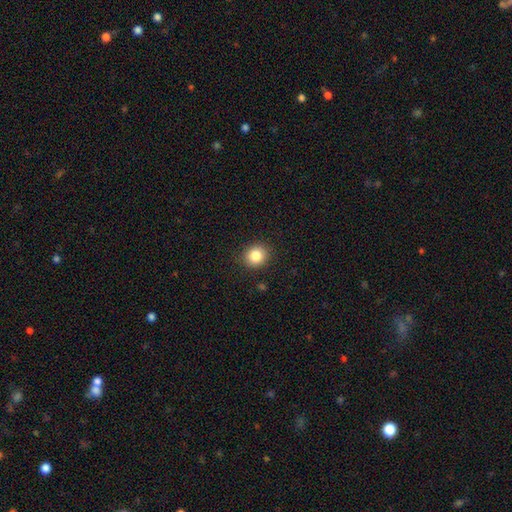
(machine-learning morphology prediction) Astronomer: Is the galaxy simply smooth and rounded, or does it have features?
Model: smooth — 84%.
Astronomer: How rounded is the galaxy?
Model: round — 80%.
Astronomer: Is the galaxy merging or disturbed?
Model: none — 90%.